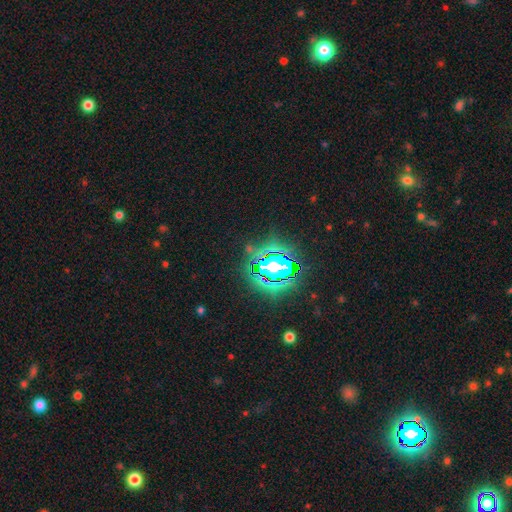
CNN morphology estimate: This is clearly a star or artifact rather than a galaxy (82%).